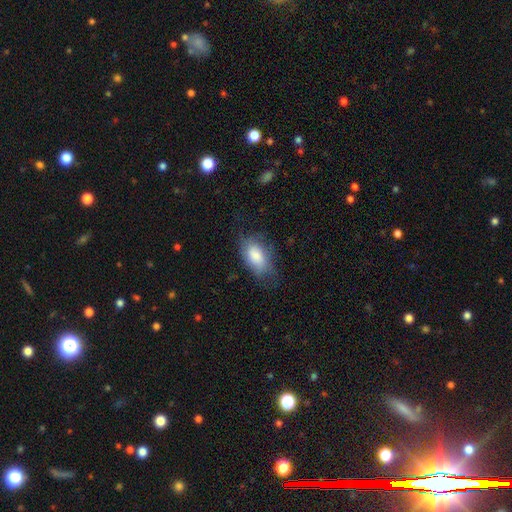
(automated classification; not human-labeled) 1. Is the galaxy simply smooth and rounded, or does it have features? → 79% smooth, 15% featured or disk, 7% star or artifact.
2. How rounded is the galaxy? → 92% in between, 5% round, 3% cigar-shaped.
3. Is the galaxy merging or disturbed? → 57% none, 27% minor disturbance, 15% major disturbance, 1% merger.